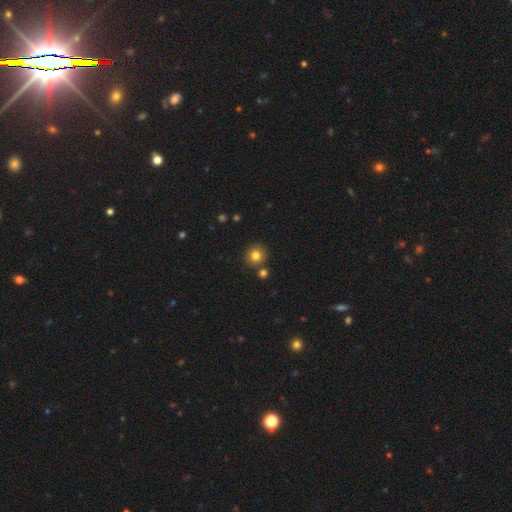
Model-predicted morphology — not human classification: smooth-or-featured: smooth: 81% | star or artifact: 12% | featured or disk: 7%
  how-rounded: round: 93% | in between: 6% | cigar-shaped: 1%
  merging: none: 80% | merger: 10% | minor disturbance: 7% | major disturbance: 2%